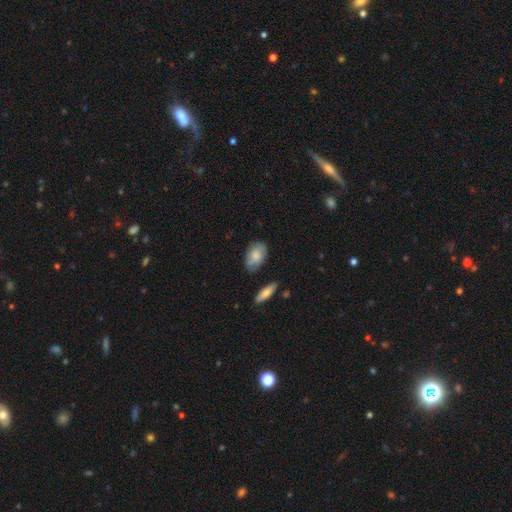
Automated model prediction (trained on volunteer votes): Smooth or featured?
  - smooth: 79% *
  - featured or disk: 15%
  - star or artifact: 6%
How rounded?
  - in between: 90% *
  - round: 8%
  - cigar-shaped: 2%
Merging?
  - none: 71% *
  - minor disturbance: 20%
  - merger: 4%
  - major disturbance: 4%